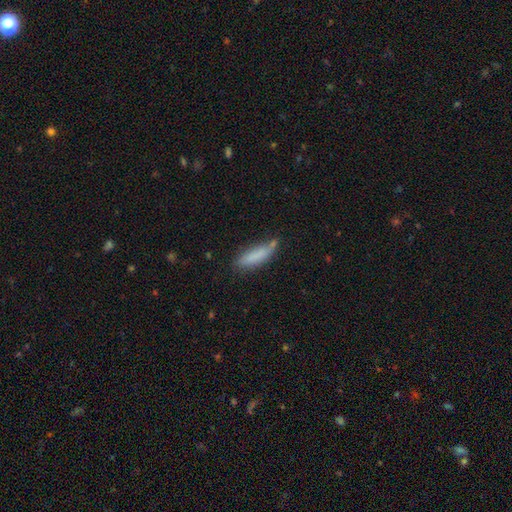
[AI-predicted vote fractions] The model was most divided on "how rounded": cigar-shaped: 62%, in between: 37%, round: 2%. More confident: smooth or featured — smooth (80%); merging — none (56%).